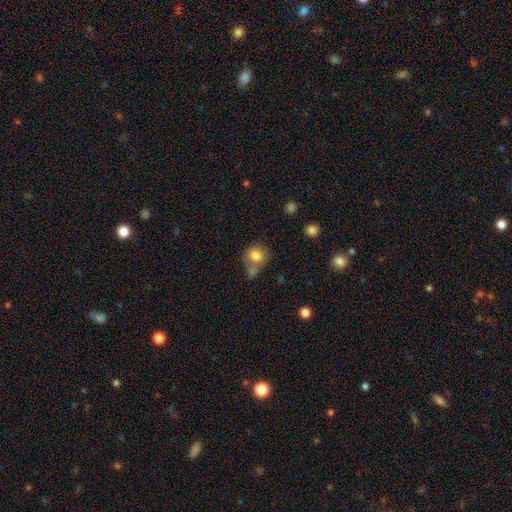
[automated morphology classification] Smooth or featured? smooth (80%)
How rounded? round (74%)
Merging? none (48%)